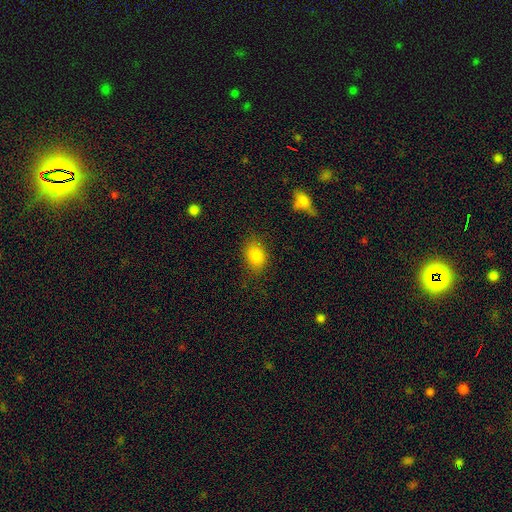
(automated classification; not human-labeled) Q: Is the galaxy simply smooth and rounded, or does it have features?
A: smooth — 83%.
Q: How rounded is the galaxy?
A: in between — 70%.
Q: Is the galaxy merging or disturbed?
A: none — 77%.